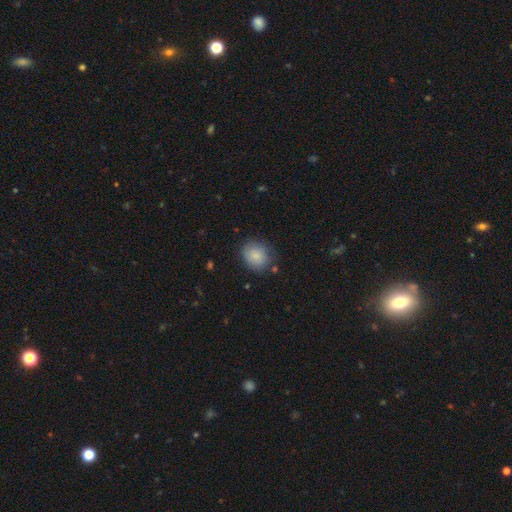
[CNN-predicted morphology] The model was most divided on "how rounded": round: 70%, in between: 29%, cigar-shaped: 1%. More confident: smooth or featured — smooth (83%); merging — none (77%).